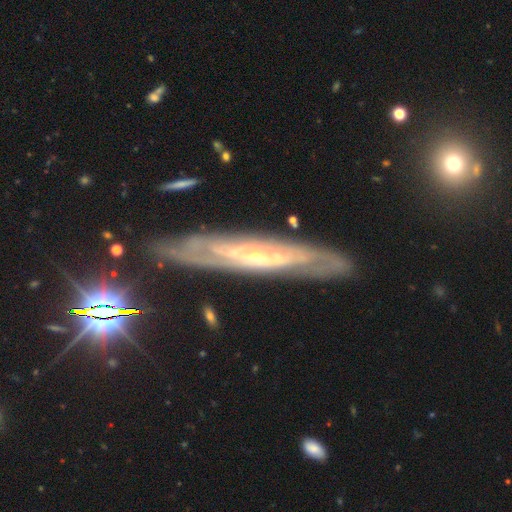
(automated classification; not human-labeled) Smooth or featured: featured or disk — 80% (smooth — 12%)
Edge-on disk: no — 57% (yes — 43%)
Merging: none — 80% (minor disturbance — 14%)